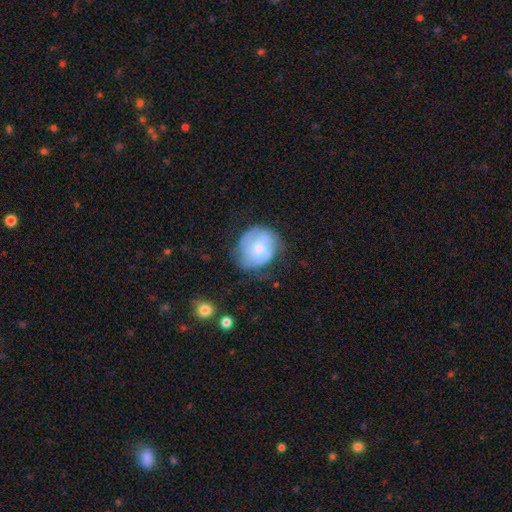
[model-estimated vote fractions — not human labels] This is likely a featured or disk galaxy (61%). It is clearly not viewed edge-on (98%). Bar: possibly no (60%). Spiral arm pattern: clearly yes (82%). Central bulge: possibly small (52%). Merging: possibly none (60%).